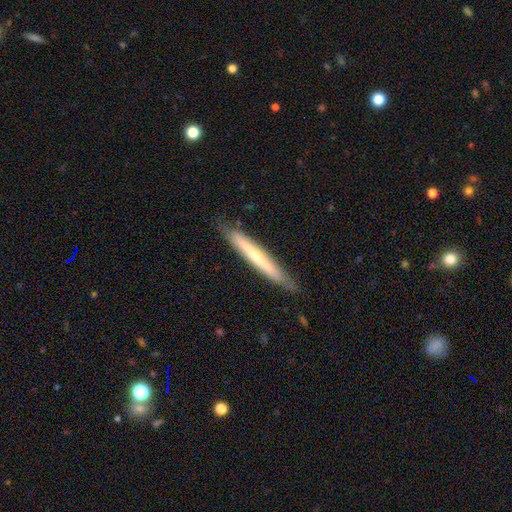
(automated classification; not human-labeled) Overall: featured or disk (48%; smooth 47%). Merging: none (84%).